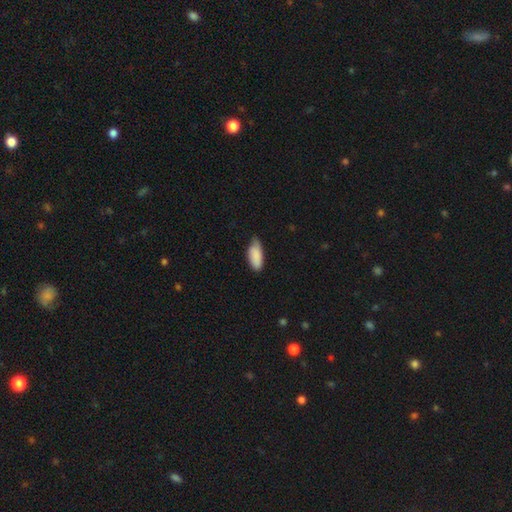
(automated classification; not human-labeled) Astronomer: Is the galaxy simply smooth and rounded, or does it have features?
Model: smooth — 88%.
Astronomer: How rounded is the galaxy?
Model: in between — 86%.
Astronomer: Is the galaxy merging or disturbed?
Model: none — 62%.